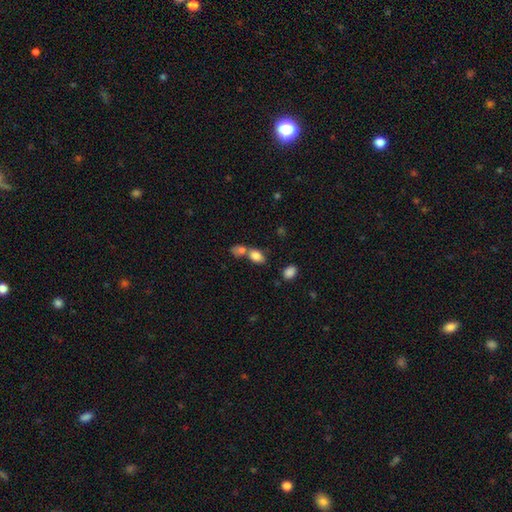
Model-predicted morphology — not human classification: smooth_or_featured: smooth (p=0.82) [alt: star or artifact p=0.09]
how_rounded: in between (p=0.85) [alt: round p=0.12]
merging: merger (p=0.46) [alt: none p=0.38]